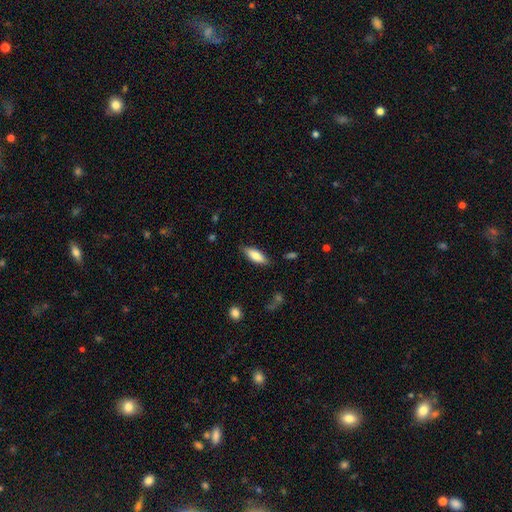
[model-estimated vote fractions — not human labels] Overall: smooth (78%). How rounded: in between (66%; cigar-shaped 32%). Merging: none (82%).